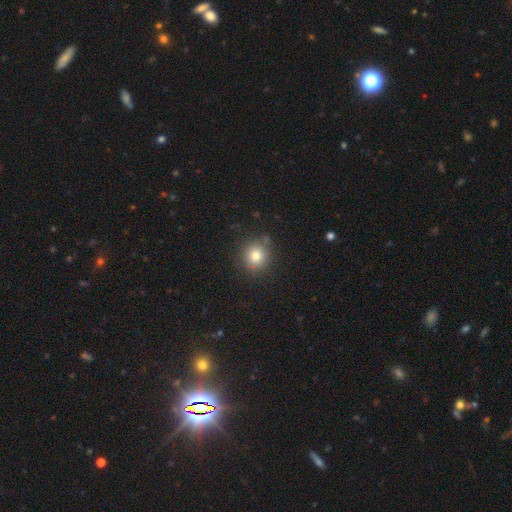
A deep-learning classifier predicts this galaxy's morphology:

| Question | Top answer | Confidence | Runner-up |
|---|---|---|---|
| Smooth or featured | smooth | 80% | star or artifact (12%) |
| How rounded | round | 91% | in between (9%) |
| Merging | none | 85% | minor disturbance (10%) |